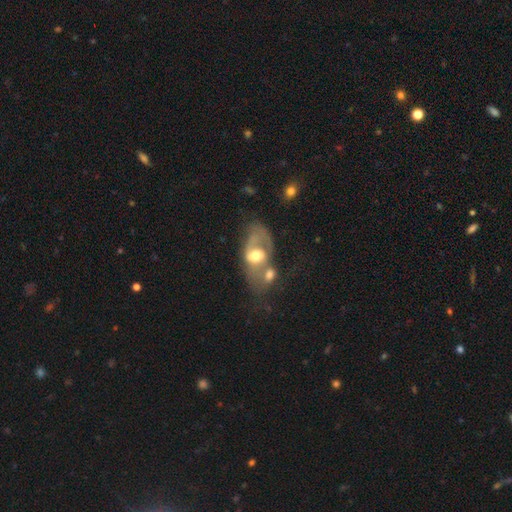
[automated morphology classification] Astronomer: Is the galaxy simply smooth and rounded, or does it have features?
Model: featured or disk — 56% (runner-up: smooth, 36%).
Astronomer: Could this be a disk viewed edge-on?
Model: no — 94%.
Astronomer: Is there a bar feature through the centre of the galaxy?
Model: no — 61%.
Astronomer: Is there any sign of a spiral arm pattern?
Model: yes — 53% (runner-up: no, 47%).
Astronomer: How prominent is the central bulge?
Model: moderate — 67%.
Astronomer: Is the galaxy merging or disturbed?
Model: merger — 51%.